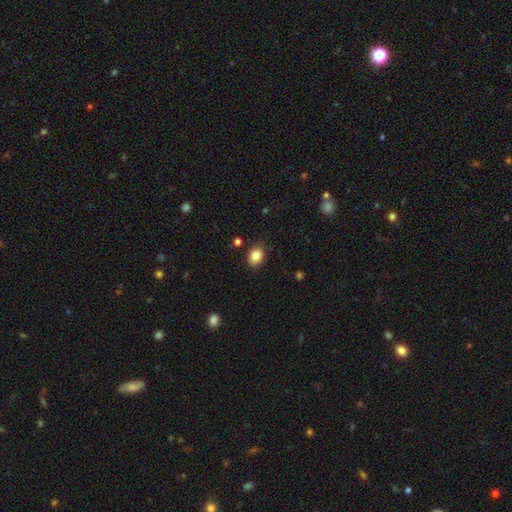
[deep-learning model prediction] smooth 86%, star or artifact 9%, featured or disk 5%. Down the decision tree: how rounded — in between (62%); merging — none (84%).